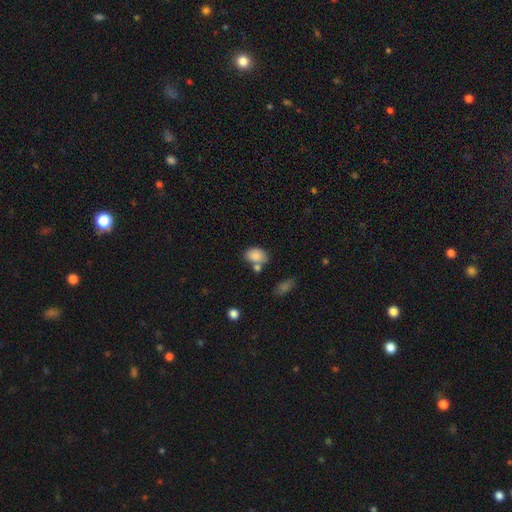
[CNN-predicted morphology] smooth 85%, star or artifact 8%, featured or disk 7%. Down the decision tree: how rounded — in between (77%); merging — none (54%).